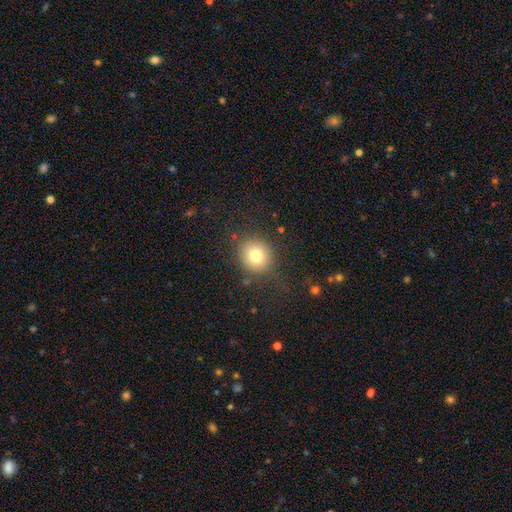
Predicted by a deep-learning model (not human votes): The model was most divided on "smooth or featured": smooth: 76%, star or artifact: 12%, featured or disk: 12%. More confident: how rounded — round (86%); merging — none (82%).